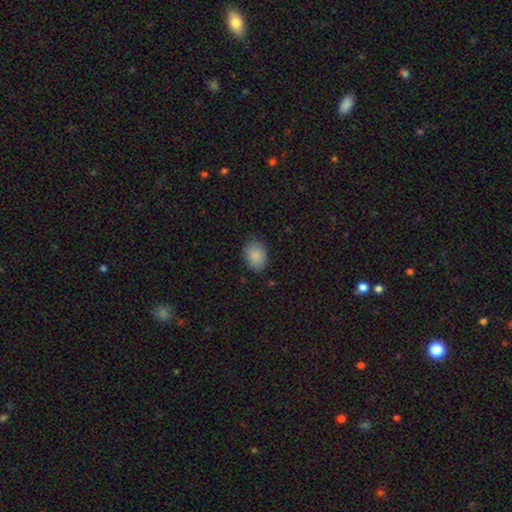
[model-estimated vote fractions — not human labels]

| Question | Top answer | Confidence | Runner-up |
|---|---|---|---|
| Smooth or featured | smooth | 88% | star or artifact (8%) |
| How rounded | in between | 67% | round (32%) |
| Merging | none | 82% | minor disturbance (14%) |